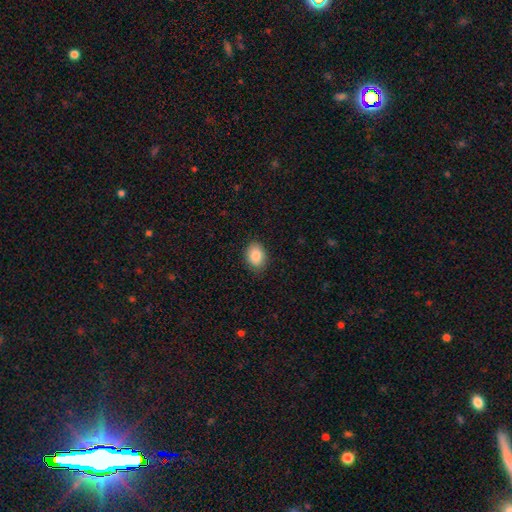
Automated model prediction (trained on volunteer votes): smooth 86%, star or artifact 8%, featured or disk 6%. Down the decision tree: how rounded — in between (70%); merging — none (86%).